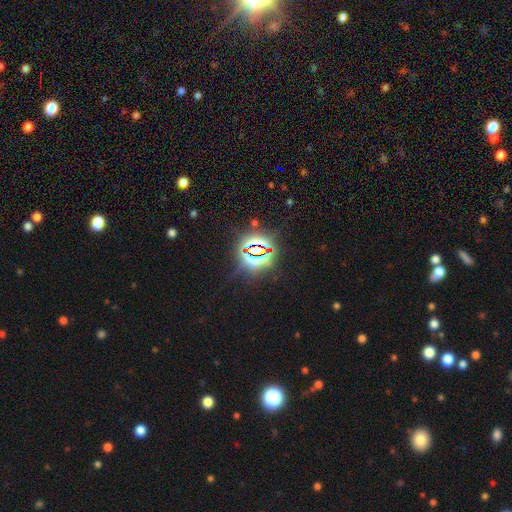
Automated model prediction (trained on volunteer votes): Overall: star or artifact (83%).